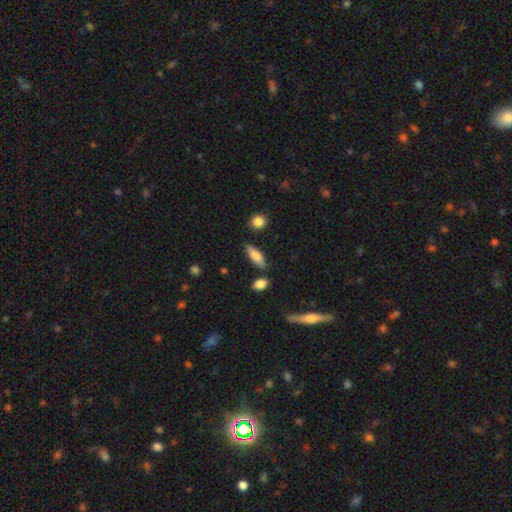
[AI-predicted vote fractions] This is likely a smooth galaxy (78%). How rounded: possibly in between (54%). Merging: likely none (79%).